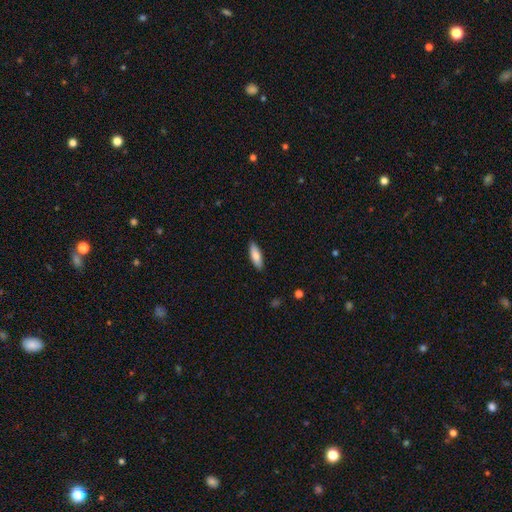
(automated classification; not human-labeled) smooth_or_featured: smooth (p=0.82) [alt: featured or disk p=0.13]
how_rounded: in between (p=0.52) [alt: cigar-shaped p=0.46]
merging: none (p=0.88) [alt: minor disturbance p=0.09]